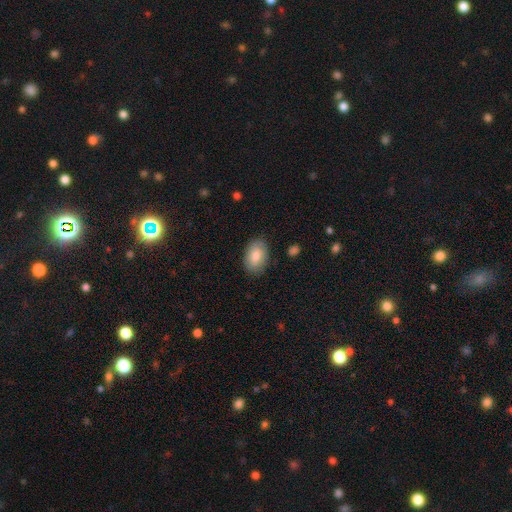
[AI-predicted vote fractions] Q: Smooth or featured?
A: smooth (77%); runner-up: featured or disk (16%)
Q: How rounded?
A: in between (89%); runner-up: round (10%)
Q: Merging?
A: none (84%); runner-up: minor disturbance (13%)